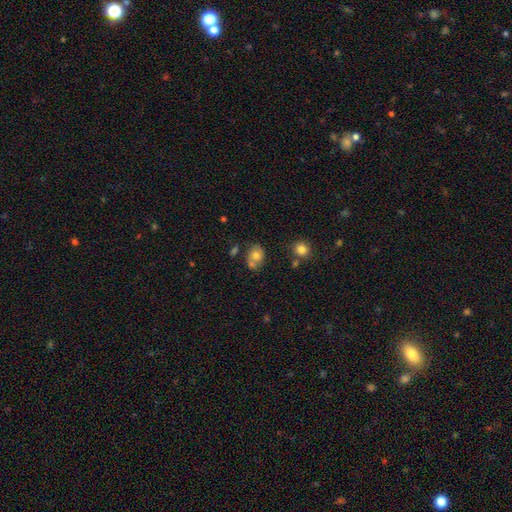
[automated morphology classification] The model was most divided on "how rounded": in between: 50%, round: 48%, cigar-shaped: 1%. More confident: smooth or featured — smooth (67%); merging — none (50%).